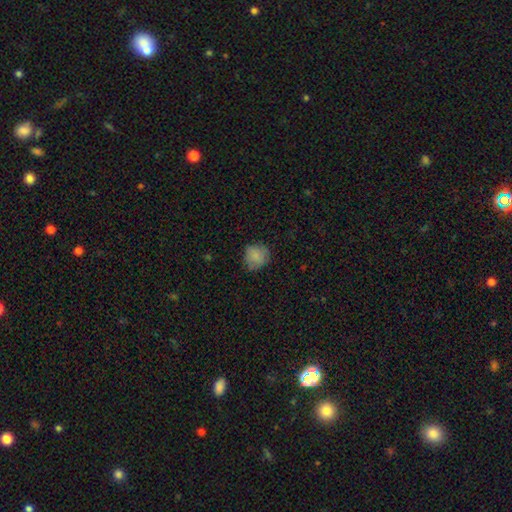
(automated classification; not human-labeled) smooth_or_featured: smooth (p=0.83) [alt: star or artifact p=0.09]
how_rounded: round (p=0.83) [alt: in between p=0.16]
merging: none (p=0.73) [alt: minor disturbance p=0.21]